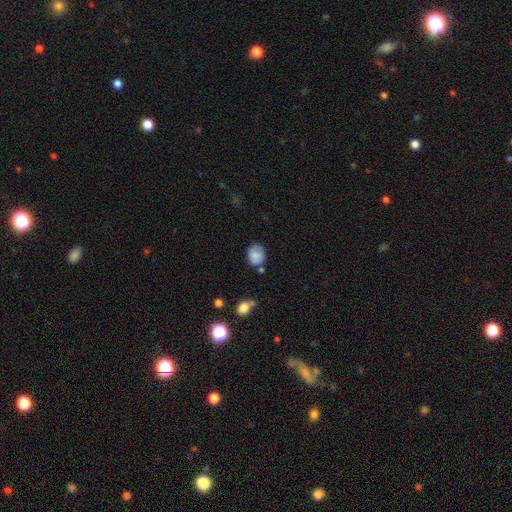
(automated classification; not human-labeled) Morphology: type=smooth (81%); roundness=round (63%); merging=none (66%).